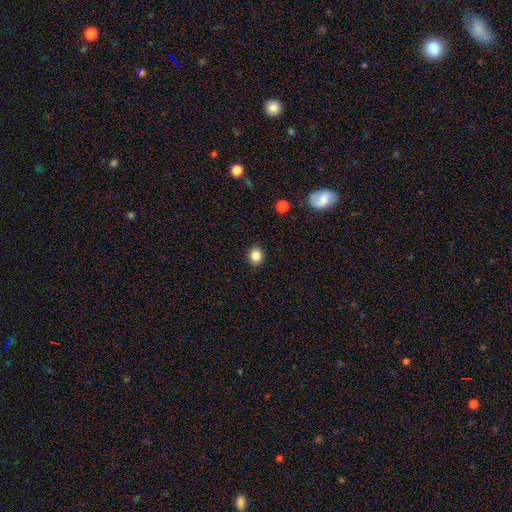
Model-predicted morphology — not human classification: Smooth or featured? Predicted: smooth (p=0.85). How rounded? Predicted: round (p=0.78). Merging? Predicted: none (p=0.91).